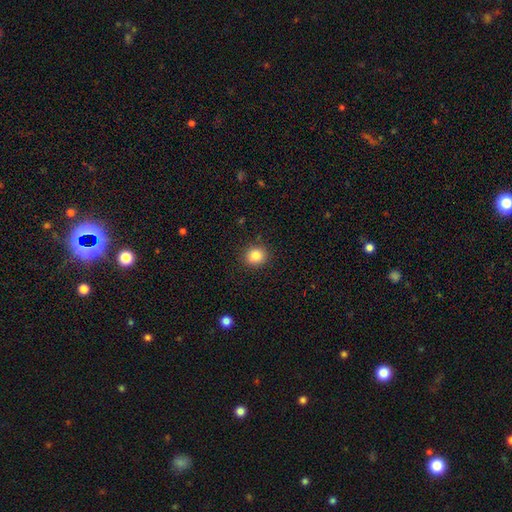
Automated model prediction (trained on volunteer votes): Morphology: type=smooth (84%); roundness=round (88%); merging=none (90%).